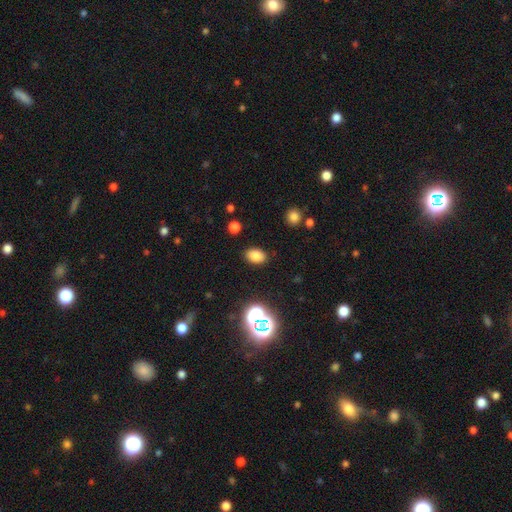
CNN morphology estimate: smooth 79%, star or artifact 14%, featured or disk 6%. Down the decision tree: how rounded — in between (83%); merging — none (87%).